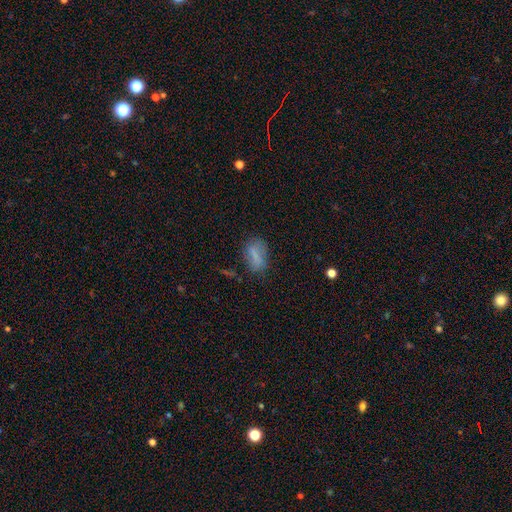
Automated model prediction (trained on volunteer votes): A smooth galaxy with no disk features (72%) that is in between round and cigar-shaped (80%). Merging: none (69%).